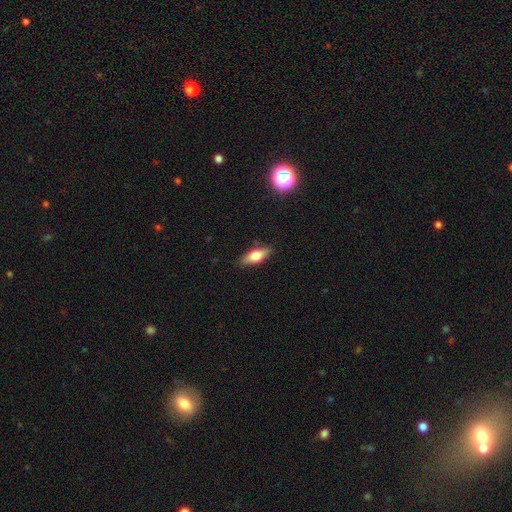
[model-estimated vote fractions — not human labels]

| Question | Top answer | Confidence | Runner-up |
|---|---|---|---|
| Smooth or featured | smooth | 63% | featured or disk (29%) |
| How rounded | in between | 69% | cigar-shaped (27%) |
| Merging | none | 84% | minor disturbance (12%) |